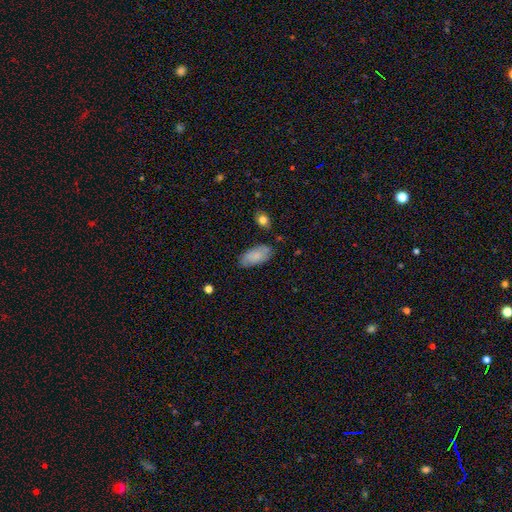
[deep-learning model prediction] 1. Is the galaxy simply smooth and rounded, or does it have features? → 79% smooth, 14% featured or disk, 7% star or artifact.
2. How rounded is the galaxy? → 92% in between, 6% cigar-shaped, 2% round.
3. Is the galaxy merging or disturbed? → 78% none, 17% minor disturbance, 3% major disturbance, 2% merger.